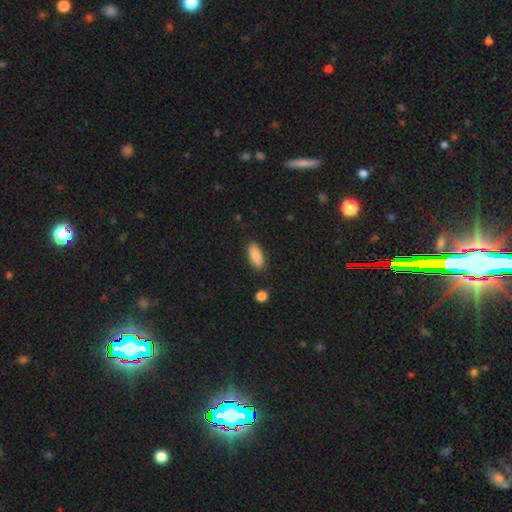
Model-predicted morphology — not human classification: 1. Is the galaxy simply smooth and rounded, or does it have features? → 86% smooth, 7% featured or disk, 7% star or artifact.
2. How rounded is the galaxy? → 82% in between, 16% cigar-shaped, 2% round.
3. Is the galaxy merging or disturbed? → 86% none, 9% minor disturbance, 2% major disturbance, 2% merger.